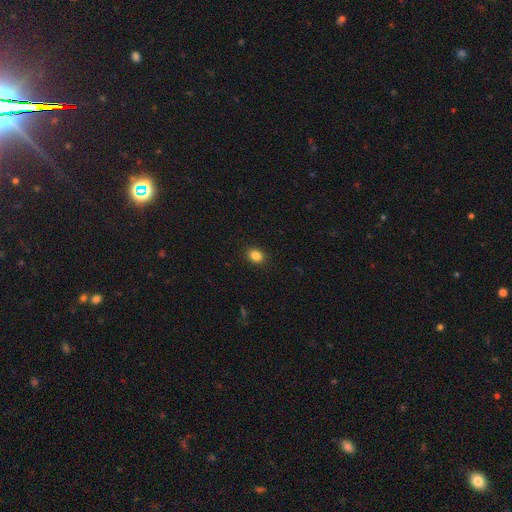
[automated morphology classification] Smooth or featured: smooth — 86% (star or artifact — 11%)
How rounded: round — 55% (in between — 44%)
Merging: none — 90% (minor disturbance — 7%)